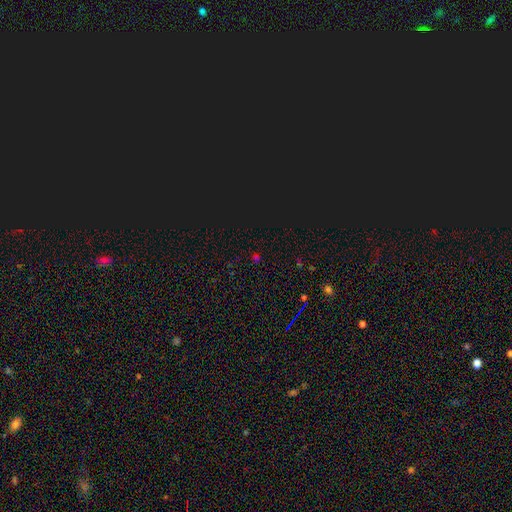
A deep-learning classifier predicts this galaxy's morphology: smooth_or_featured: star or artifact (p=0.61) [alt: smooth p=0.33]